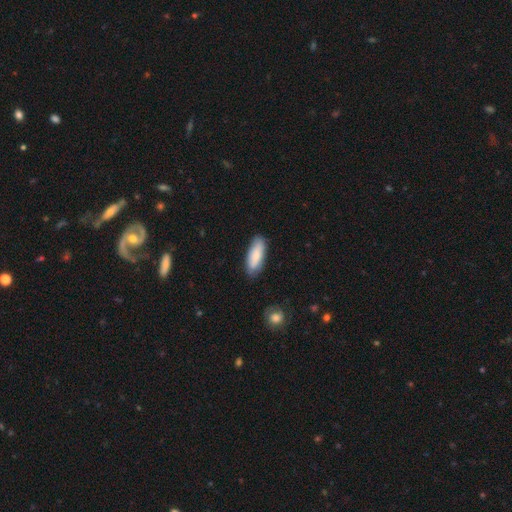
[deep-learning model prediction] smooth-or-featured: smooth: 84% | featured or disk: 11% | star or artifact: 6%
  how-rounded: in between: 66% | cigar-shaped: 33% | round: 2%
  merging: none: 81% | minor disturbance: 15% | major disturbance: 3% | merger: 2%